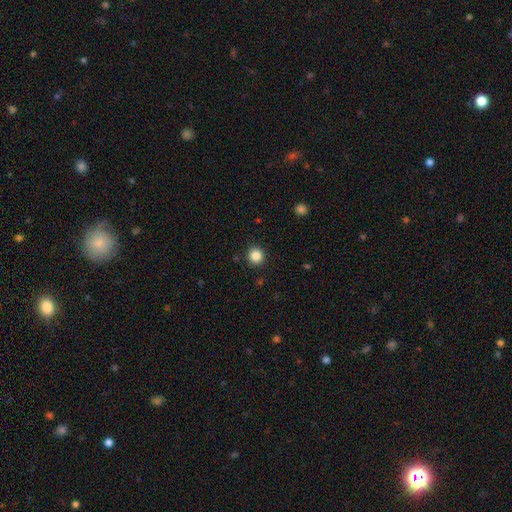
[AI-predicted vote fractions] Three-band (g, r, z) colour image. It shows a smooth galaxy with no disk features (85%) that is round (94%). Merging: none (92%).